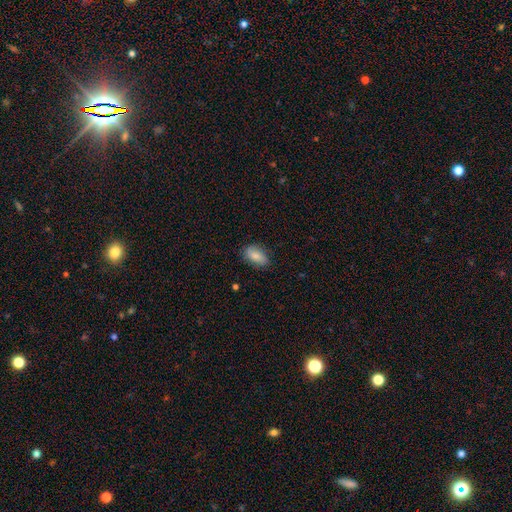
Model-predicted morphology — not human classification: The model was most divided on "merging": none: 79%, minor disturbance: 16%, major disturbance: 3%, merger: 1%. More confident: how rounded — in between (91%); smooth or featured — smooth (82%).